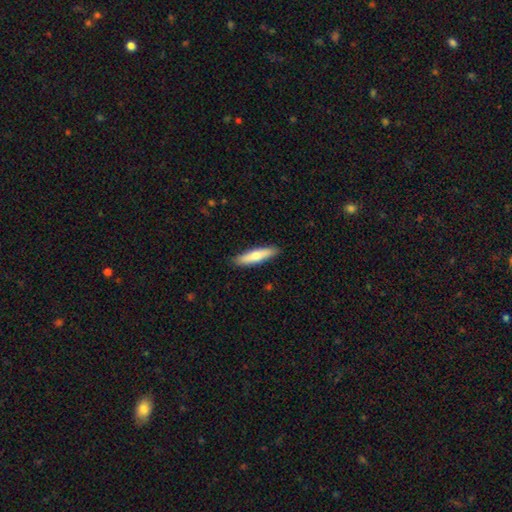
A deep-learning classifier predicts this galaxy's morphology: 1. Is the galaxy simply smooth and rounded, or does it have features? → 72% smooth, 23% featured or disk, 5% star or artifact.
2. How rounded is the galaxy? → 78% cigar-shaped, 20% in between, 1% round.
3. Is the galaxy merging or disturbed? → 88% none, 9% minor disturbance, 2% major disturbance, 1% merger.